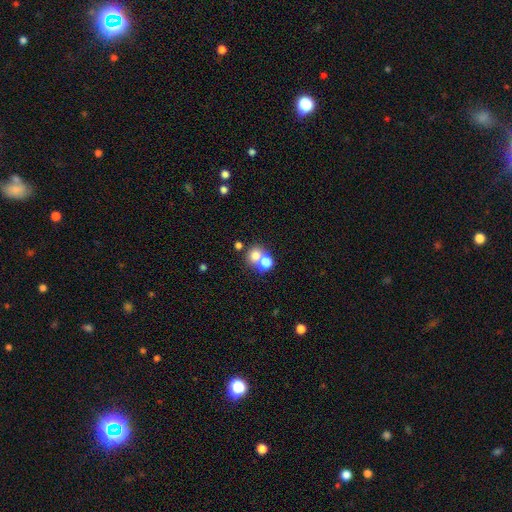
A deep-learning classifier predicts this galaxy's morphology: This is likely a smooth galaxy (72%). How rounded: likely round (75%). Merging: possibly merger (46%).